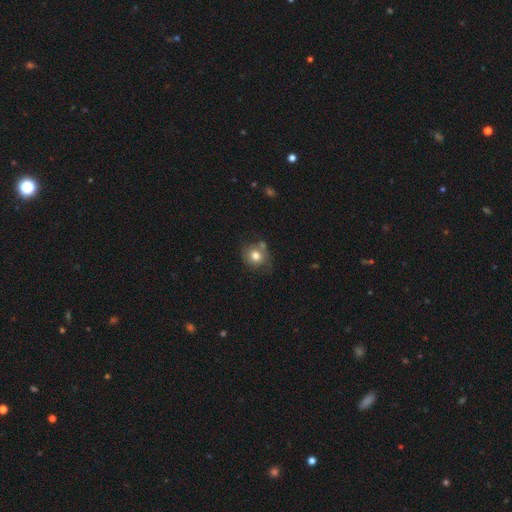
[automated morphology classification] Overall: smooth (77%). How rounded: round (74%). Merging: none (57%; minor disturbance 23%).